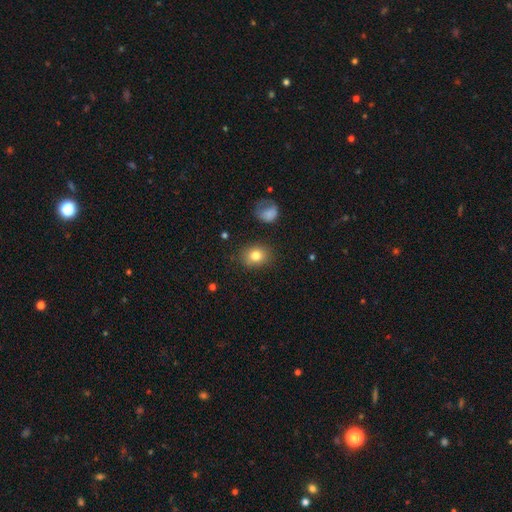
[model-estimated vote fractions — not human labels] A smooth galaxy with no disk features (81%) that is round (52%). Merging: none (82%).